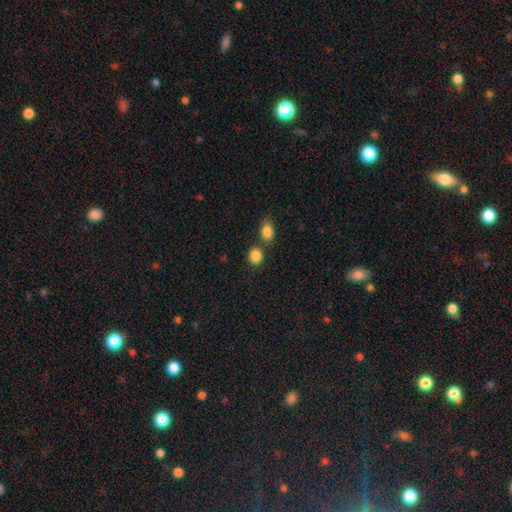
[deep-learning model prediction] A smooth galaxy with no disk features (86%) that is round (62%).

Vote fractions:
- Smooth or featured? smooth: 86% / star or artifact: 9% / featured or disk: 4%
- How rounded? round: 62% / in between: 37% / cigar-shaped: 1%
- Merging? none: 62% / merger: 25% / minor disturbance: 10% / major disturbance: 3%